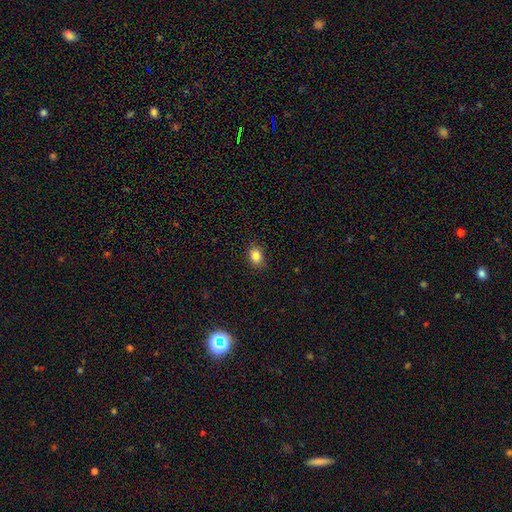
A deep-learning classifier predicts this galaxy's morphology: Smooth or featured? smooth (85%)
How rounded? in between (65%)
Merging? none (87%)